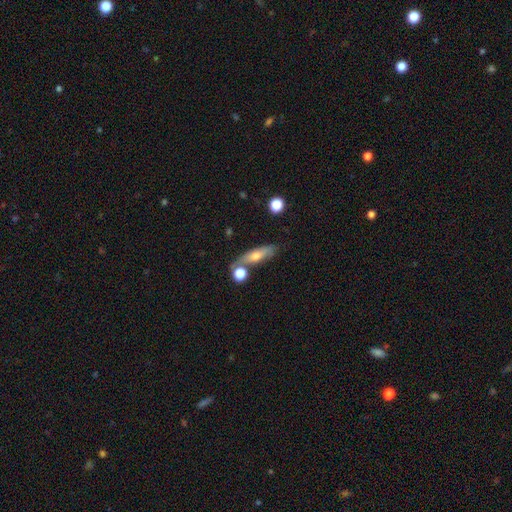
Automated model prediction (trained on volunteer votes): smooth-or-featured: smooth: 58% | featured or disk: 34% | star or artifact: 8%
  how-rounded: cigar-shaped: 54% | in between: 41% | round: 5%
  merging: none: 64% | minor disturbance: 16% | merger: 15% | major disturbance: 5%